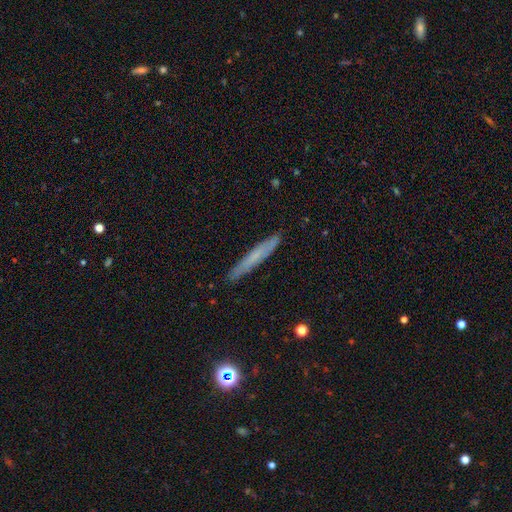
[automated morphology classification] smooth-or-featured: smooth: 55% | featured or disk: 35% | star or artifact: 10%
  how-rounded: cigar-shaped: 95% | in between: 3% | round: 2%
  merging: none: 88% | minor disturbance: 9% | major disturbance: 2% | merger: 1%